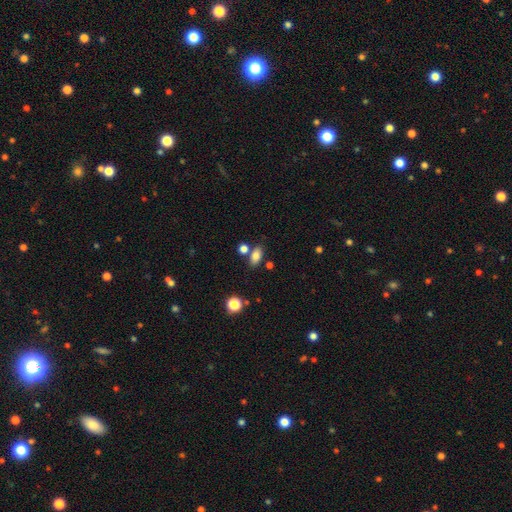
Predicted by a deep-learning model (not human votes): Q: Smooth or featured?
A: smooth (80%); runner-up: star or artifact (11%)
Q: How rounded?
A: in between (85%); runner-up: round (9%)
Q: Merging?
A: none (69%); runner-up: merger (15%)